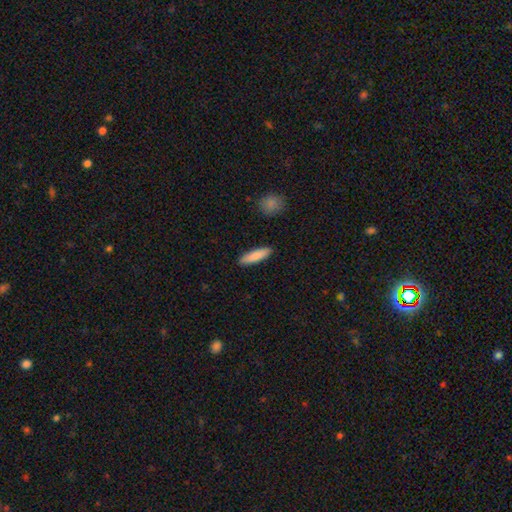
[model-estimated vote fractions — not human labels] Smooth or featured? smooth (85%)
How rounded? cigar-shaped (69%)
Merging? none (90%)